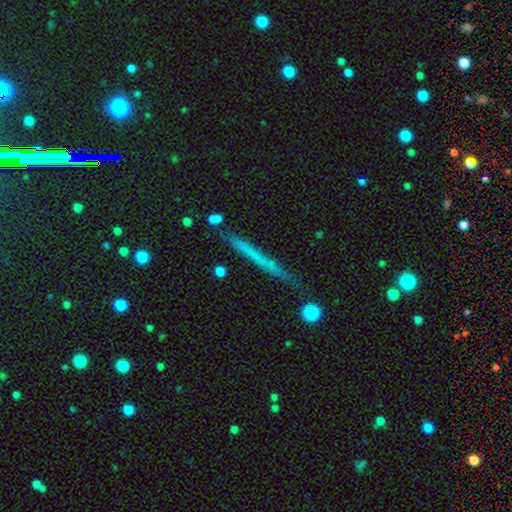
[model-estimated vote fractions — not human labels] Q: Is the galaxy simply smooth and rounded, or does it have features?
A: smooth — 45%, tied with featured or disk.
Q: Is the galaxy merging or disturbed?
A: none — 87%.